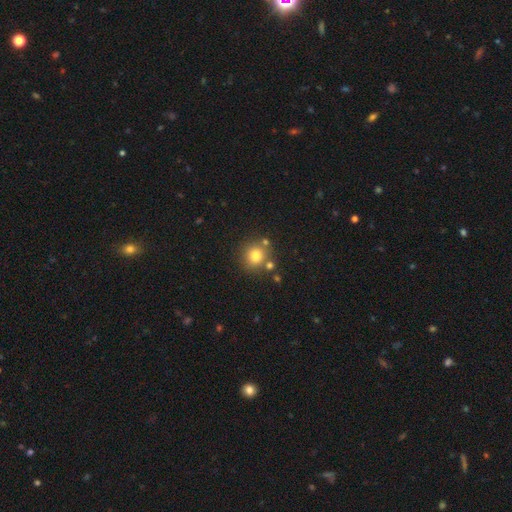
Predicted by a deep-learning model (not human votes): This appears to be a smooth galaxy with no disk features (79%) that is round (90%). Merging: none (76%).